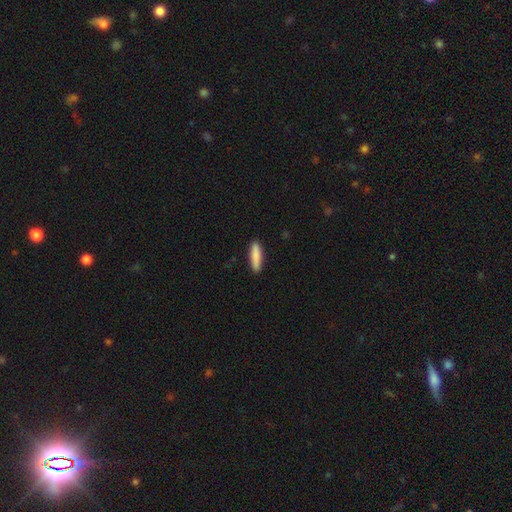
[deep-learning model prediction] Smooth or featured? smooth (87%)
How rounded? cigar-shaped (74%)
Merging? none (90%)